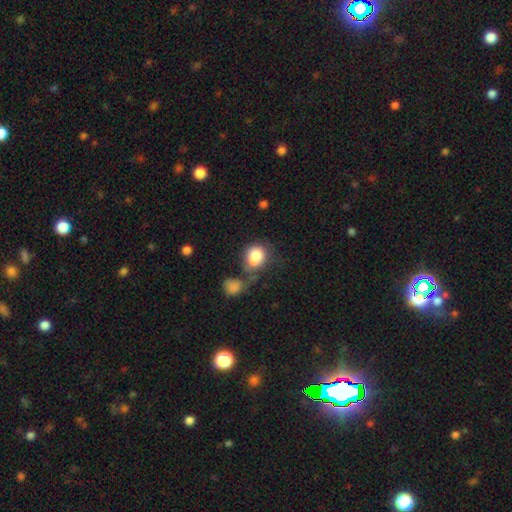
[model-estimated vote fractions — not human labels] Smooth or featured? Predicted: smooth (p=0.79). How rounded? Predicted: round (p=0.57). Merging? Predicted: merger (p=0.43).